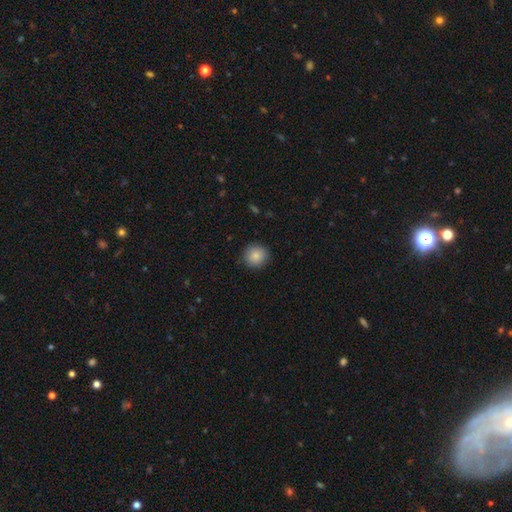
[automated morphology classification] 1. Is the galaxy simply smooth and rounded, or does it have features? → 87% smooth, 8% star or artifact, 5% featured or disk.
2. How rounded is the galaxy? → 92% round, 7% in between, 1% cigar-shaped.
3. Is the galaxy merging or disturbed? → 89% none, 8% minor disturbance, 2% major disturbance, 1% merger.